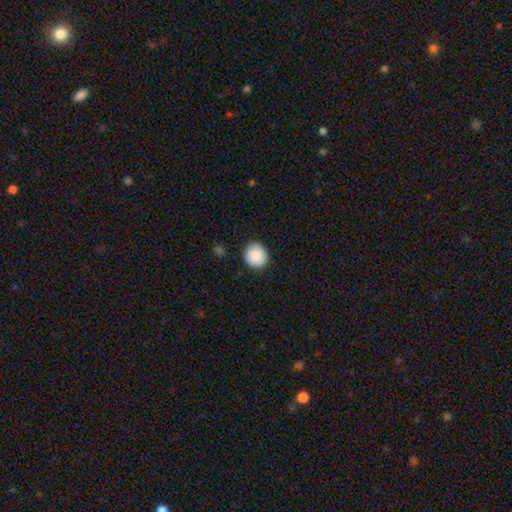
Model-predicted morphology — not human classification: Smooth or featured: smooth — 88% (star or artifact — 7%)
How rounded: round — 82% (in between — 17%)
Merging: none — 86% (minor disturbance — 10%)